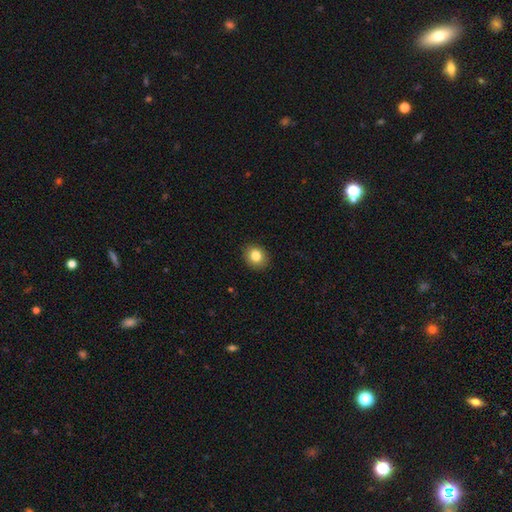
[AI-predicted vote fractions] Smooth or featured? Predicted: smooth (p=0.83). How rounded? Predicted: round (p=0.65). Merging? Predicted: none (p=0.89).